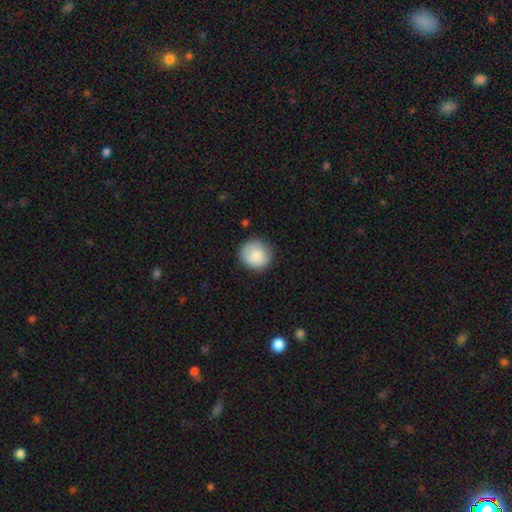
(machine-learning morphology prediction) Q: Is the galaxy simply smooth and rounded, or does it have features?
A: smooth — 86%.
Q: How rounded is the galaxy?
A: round — 90%.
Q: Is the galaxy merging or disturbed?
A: none — 83%.